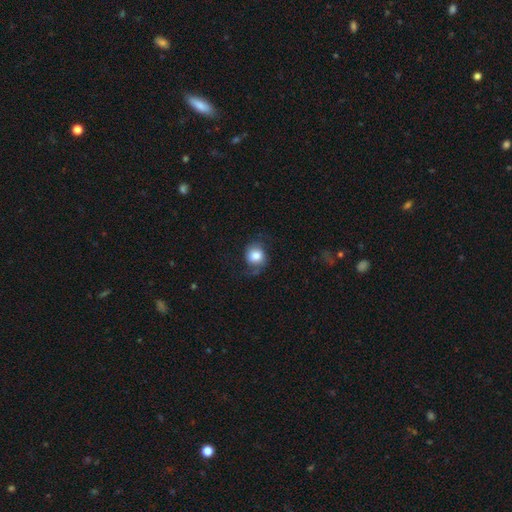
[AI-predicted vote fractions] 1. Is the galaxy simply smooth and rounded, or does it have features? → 66% smooth, 25% featured or disk, 8% star or artifact.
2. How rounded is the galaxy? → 74% round, 25% in between, 1% cigar-shaped.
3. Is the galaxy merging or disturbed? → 58% none, 23% minor disturbance, 18% major disturbance, 2% merger.